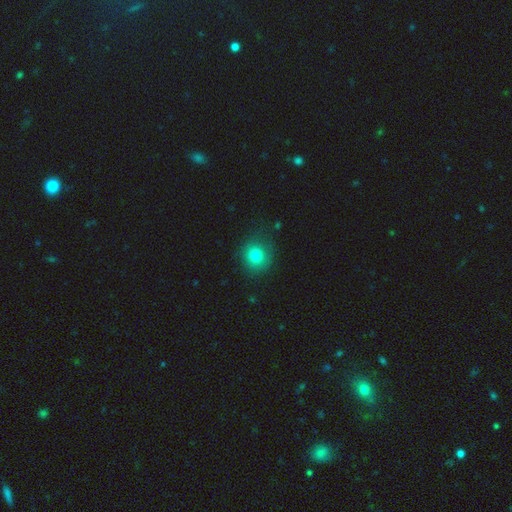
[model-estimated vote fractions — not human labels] Q: Smooth or featured?
A: smooth (78%); runner-up: star or artifact (12%)
Q: How rounded?
A: round (87%); runner-up: in between (12%)
Q: Merging?
A: none (81%); runner-up: minor disturbance (13%)